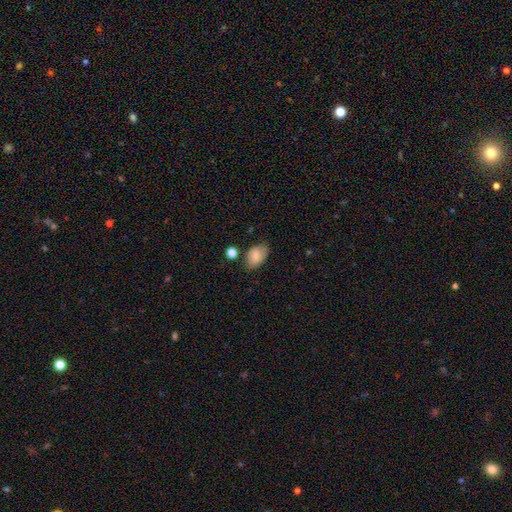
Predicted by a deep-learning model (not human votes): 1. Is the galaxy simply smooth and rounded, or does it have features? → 73% smooth, 19% featured or disk, 8% star or artifact.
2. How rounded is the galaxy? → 88% in between, 11% round, 1% cigar-shaped.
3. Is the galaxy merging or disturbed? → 70% none, 21% minor disturbance, 5% major disturbance, 5% merger.